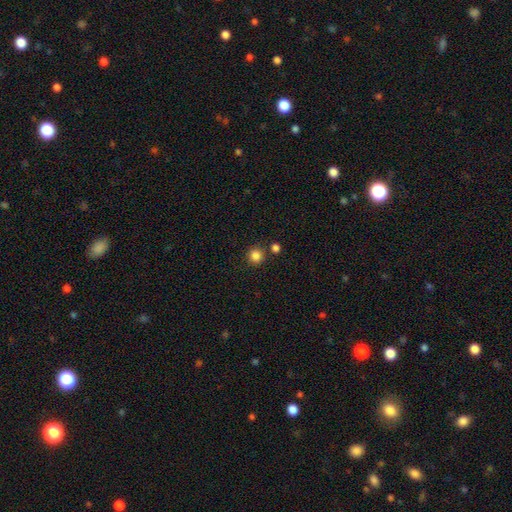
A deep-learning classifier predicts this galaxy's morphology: The model was most divided on "merging": none: 82%, merger: 8%, minor disturbance: 7%, major disturbance: 2%. More confident: how rounded — round (92%); smooth or featured — smooth (85%).